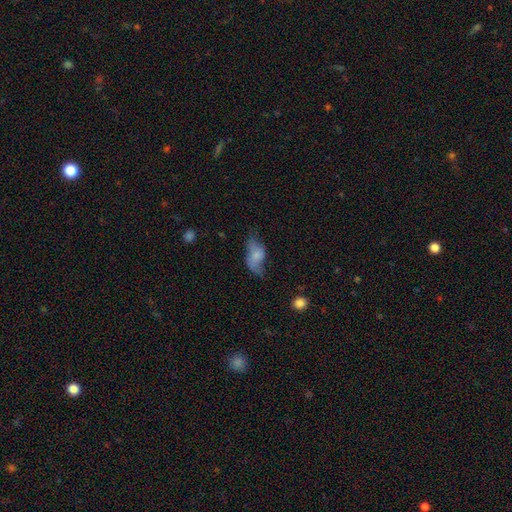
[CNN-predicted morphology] The model was most divided on "merging": none: 35%, minor disturbance: 33%, major disturbance: 28%, merger: 3%. More confident: how rounded — in between (90%); smooth or featured — smooth (60%).